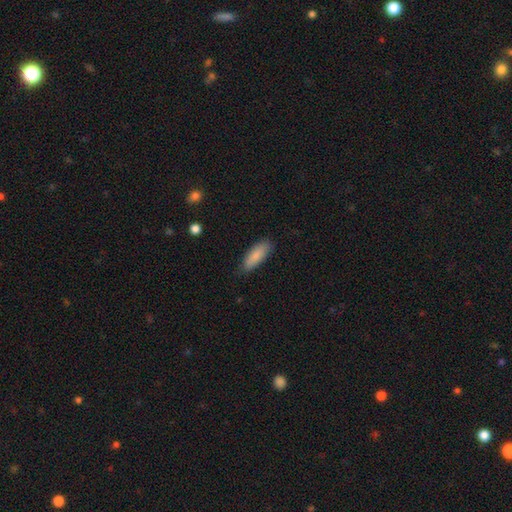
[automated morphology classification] Overall: smooth (86%). How rounded: in between (64%; cigar-shaped 35%). Merging: none (82%).